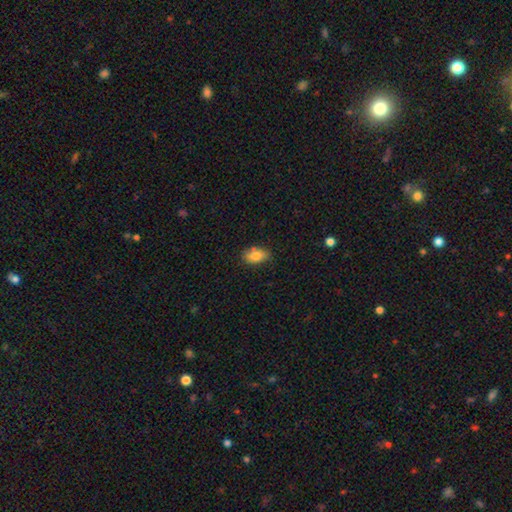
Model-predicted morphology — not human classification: Q: Smooth or featured?
A: smooth (83%); runner-up: featured or disk (9%)
Q: How rounded?
A: in between (87%); runner-up: round (10%)
Q: Merging?
A: none (75%); runner-up: minor disturbance (19%)